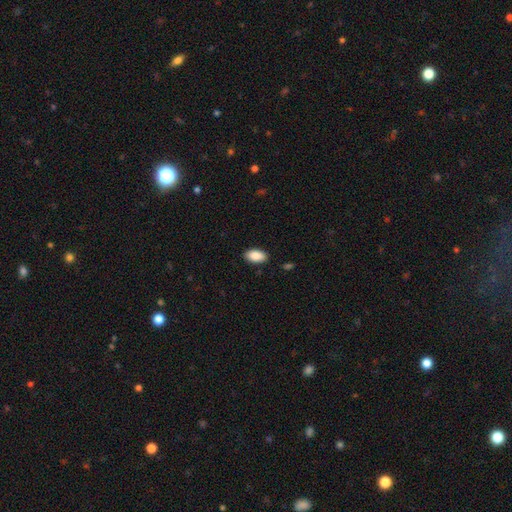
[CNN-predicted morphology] smooth-or-featured: smooth: 89% | star or artifact: 7% | featured or disk: 4%
  how-rounded: in between: 95% | round: 3% | cigar-shaped: 2%
  merging: none: 88% | minor disturbance: 9% | major disturbance: 2% | merger: 1%